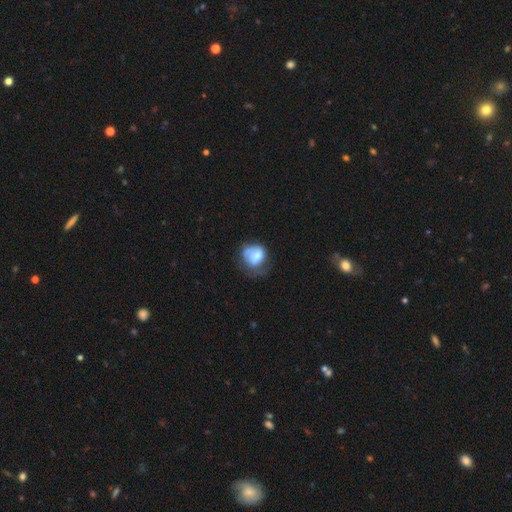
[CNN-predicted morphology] Overall: smooth (53%; featured or disk 40%). How rounded: round (59%; in between 40%). Merging: none (35%; major disturbance 33%).